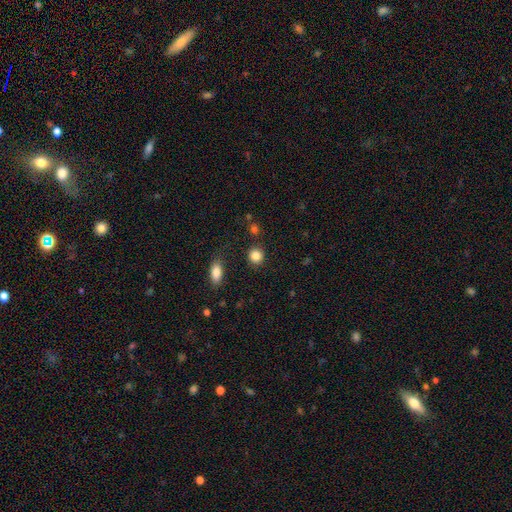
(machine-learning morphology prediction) Smooth or featured?
  - smooth: 86% *
  - star or artifact: 10%
  - featured or disk: 4%
How rounded?
  - round: 89% *
  - in between: 10%
  - cigar-shaped: 1%
Merging?
  - none: 87% *
  - minor disturbance: 7%
  - merger: 3%
  - major disturbance: 3%